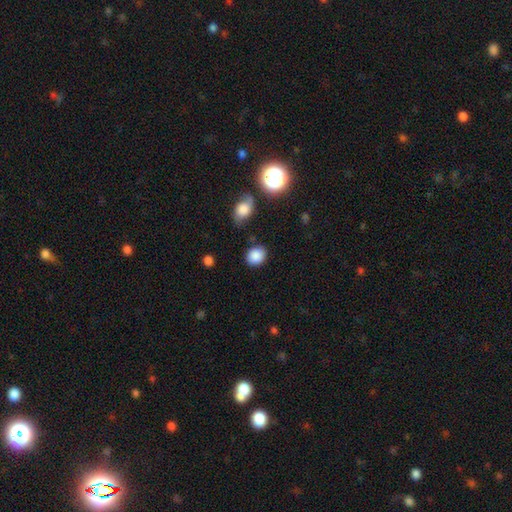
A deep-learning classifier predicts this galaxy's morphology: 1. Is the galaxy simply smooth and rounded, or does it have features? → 86% smooth, 9% star or artifact, 5% featured or disk.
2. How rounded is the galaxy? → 67% round, 32% in between, 1% cigar-shaped.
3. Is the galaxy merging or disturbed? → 79% none, 14% minor disturbance, 4% major disturbance, 4% merger.